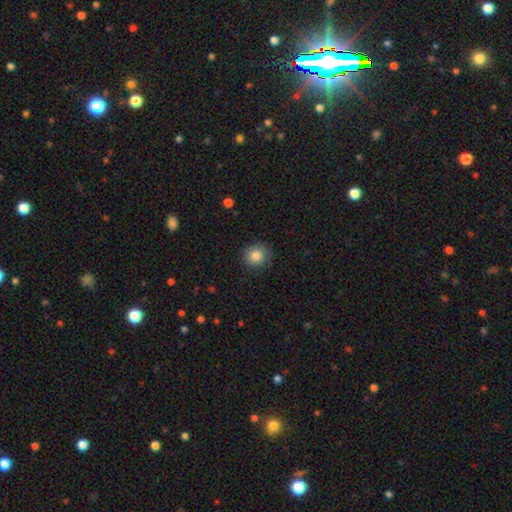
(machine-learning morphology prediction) smooth-or-featured: smooth: 85% | star or artifact: 9% | featured or disk: 6%
  how-rounded: round: 91% | in between: 9% | cigar-shaped: 1%
  merging: none: 83% | minor disturbance: 13% | major disturbance: 3% | merger: 1%